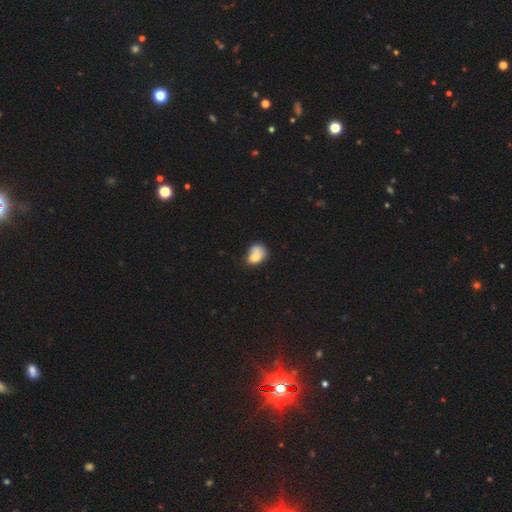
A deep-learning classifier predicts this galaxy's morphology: Overall: smooth (76%). How rounded: in between (61%; round 38%). Merging: none (37%; minor disturbance 26%).